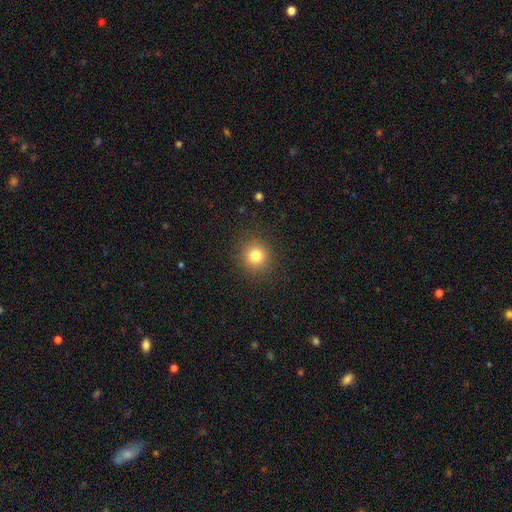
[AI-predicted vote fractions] smooth 80%, star or artifact 13%, featured or disk 7%. Down the decision tree: how rounded — round (92%); merging — none (90%).